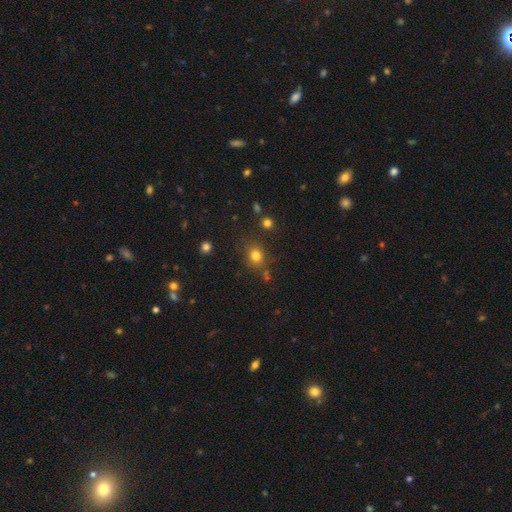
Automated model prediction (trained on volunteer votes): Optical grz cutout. It shows a smooth galaxy with no disk features (79%) that is round (73%). Merging: none (78%).